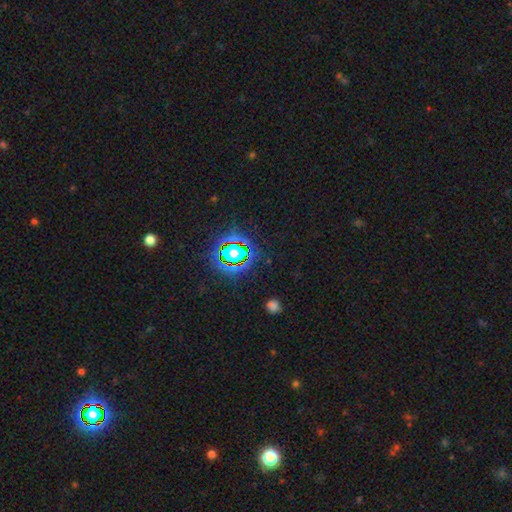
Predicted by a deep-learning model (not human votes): star or artifact 78%, smooth 14%, featured or disk 8%.